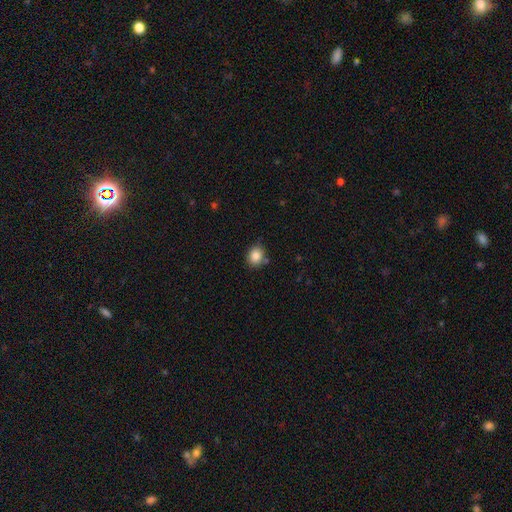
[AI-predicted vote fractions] Smooth or featured? smooth (85%)
How rounded? round (61%)
Merging? none (77%)